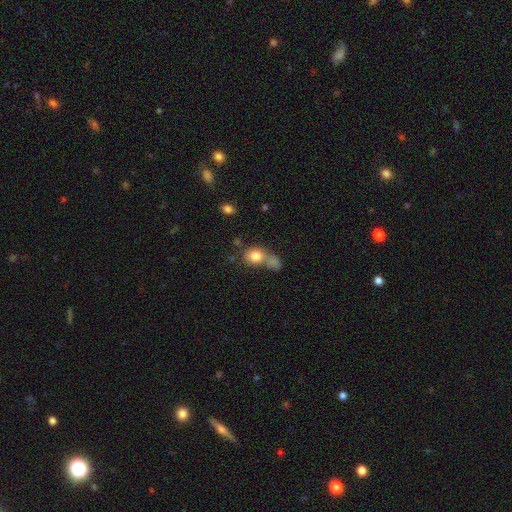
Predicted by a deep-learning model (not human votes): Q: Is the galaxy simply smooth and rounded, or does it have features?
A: smooth — 80%.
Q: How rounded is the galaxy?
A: round — 62%.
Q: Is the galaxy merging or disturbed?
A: merger — 45%.